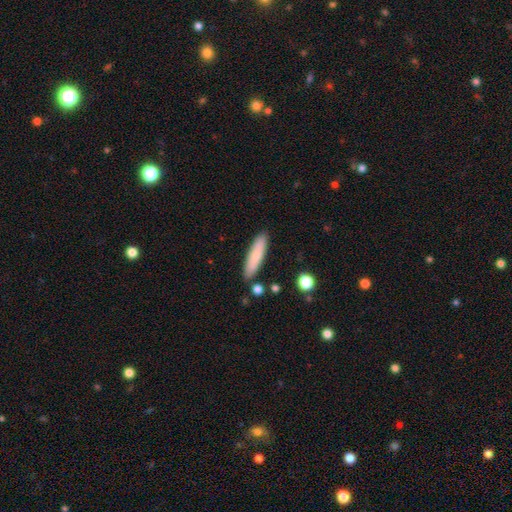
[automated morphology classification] smooth-or-featured: smooth: 78% | featured or disk: 16% | star or artifact: 6%
  how-rounded: cigar-shaped: 78% | in between: 20% | round: 2%
  merging: none: 86% | minor disturbance: 9% | merger: 3% | major disturbance: 2%